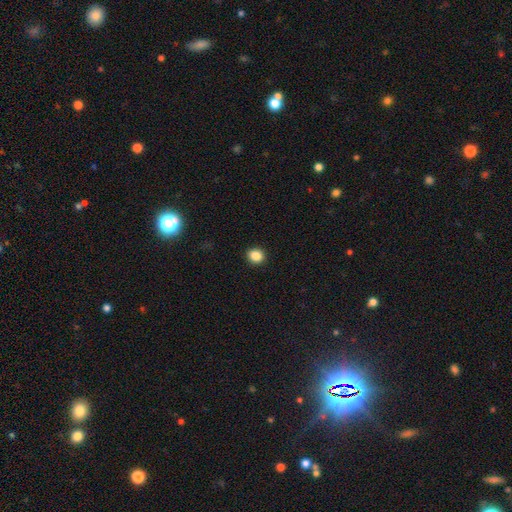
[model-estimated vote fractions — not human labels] Smooth or featured? Predicted: smooth (p=0.85). How rounded? Predicted: round (p=0.69). Merging? Predicted: none (p=0.91).